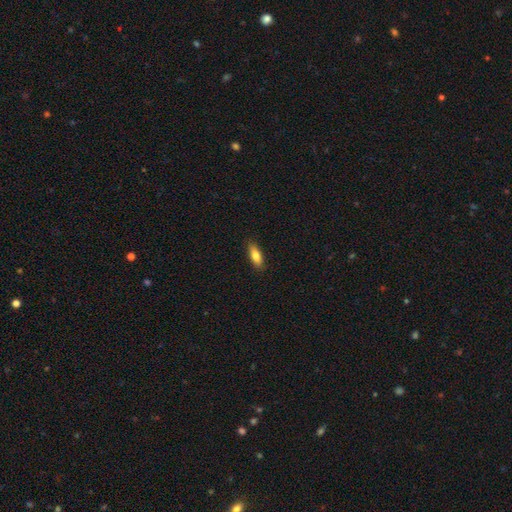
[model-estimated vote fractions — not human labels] Morphology: type=smooth (78%); roundness=in between (59%); merging=none (86%).